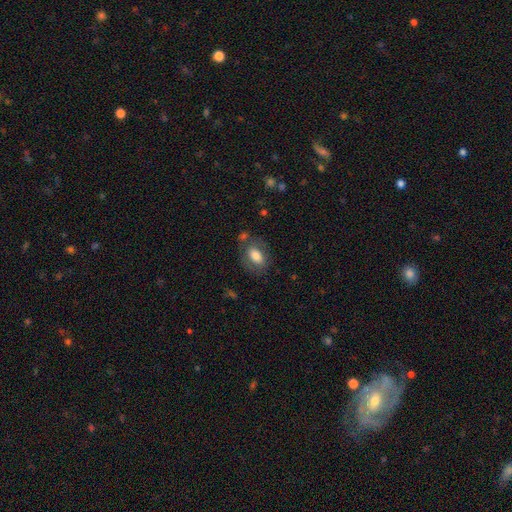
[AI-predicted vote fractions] Smooth or featured?
  - smooth: 75% *
  - featured or disk: 18%
  - star or artifact: 7%
How rounded?
  - in between: 86% *
  - round: 12%
  - cigar-shaped: 2%
Merging?
  - none: 68% *
  - minor disturbance: 17%
  - major disturbance: 8%
  - merger: 8%